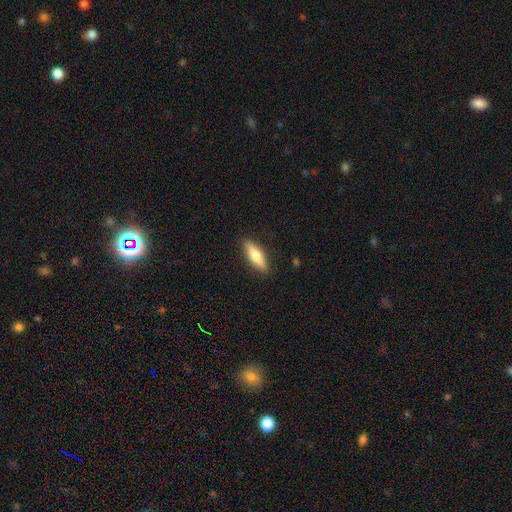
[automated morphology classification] This appears to be a smooth galaxy with no disk features (65%) that is cigar-shaped (56%). Merging: none (88%).